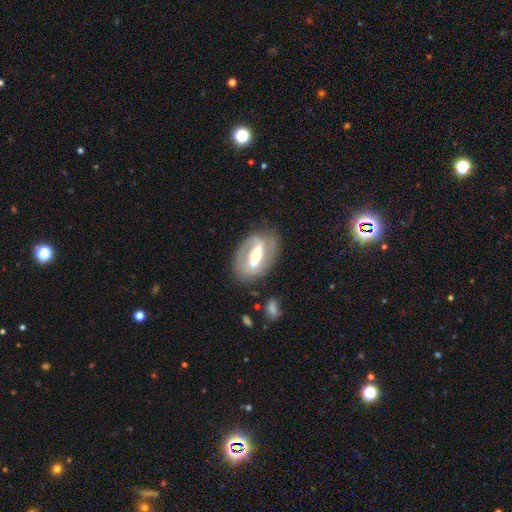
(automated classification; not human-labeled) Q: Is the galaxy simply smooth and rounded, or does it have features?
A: featured or disk — 77%.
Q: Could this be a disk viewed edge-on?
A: no — 94%.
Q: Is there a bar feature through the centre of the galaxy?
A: strong — 47%.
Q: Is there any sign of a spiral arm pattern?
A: yes — 76%.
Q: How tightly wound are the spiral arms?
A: tight — 41%.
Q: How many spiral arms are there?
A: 2 — 70%.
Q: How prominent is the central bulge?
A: moderate — 58%.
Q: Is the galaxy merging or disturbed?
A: none — 72%.